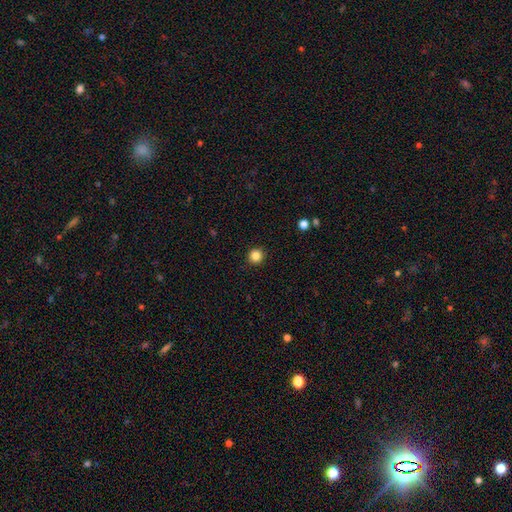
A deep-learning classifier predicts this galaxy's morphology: This is clearly a smooth galaxy (85%). How rounded: clearly round (94%). Merging: clearly none (93%).